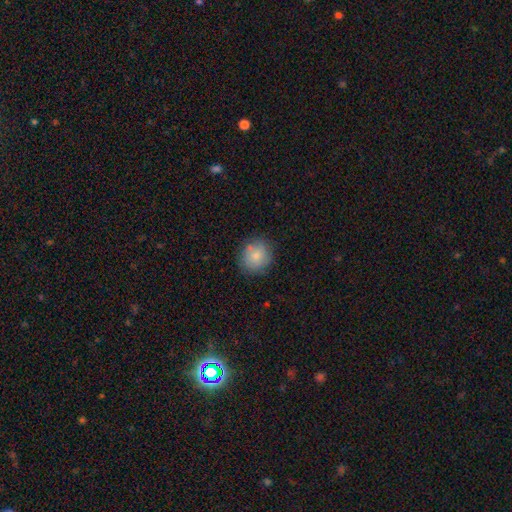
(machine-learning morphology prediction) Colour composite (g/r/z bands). It shows a smooth galaxy with no disk features (80%) that is round (85%). Merging: none (77%).